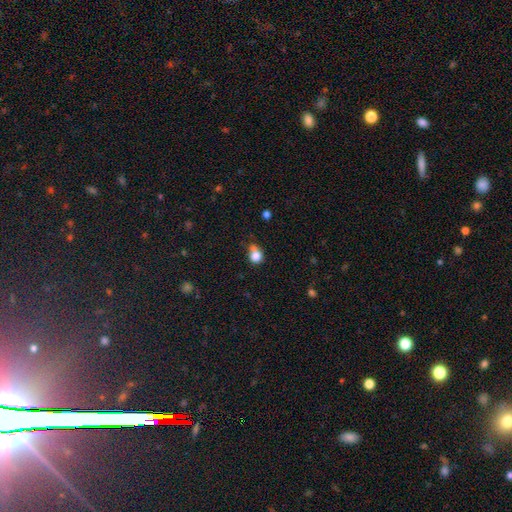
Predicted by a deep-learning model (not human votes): A smooth galaxy with no disk features (81%) that is round (72%). Merging: none (44%).